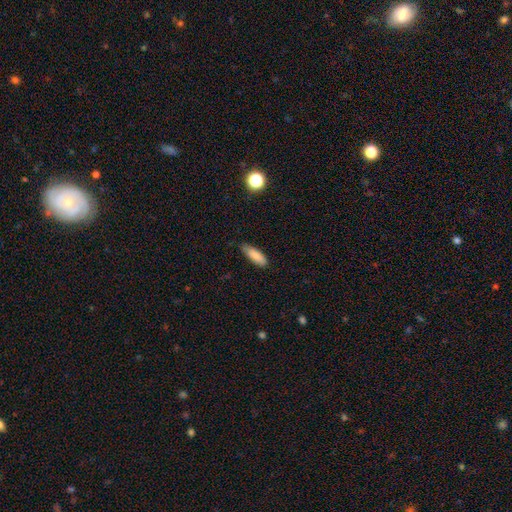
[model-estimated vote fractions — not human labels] This is clearly a smooth galaxy (85%). How rounded: possibly in between (58%). Merging: likely none (78%).